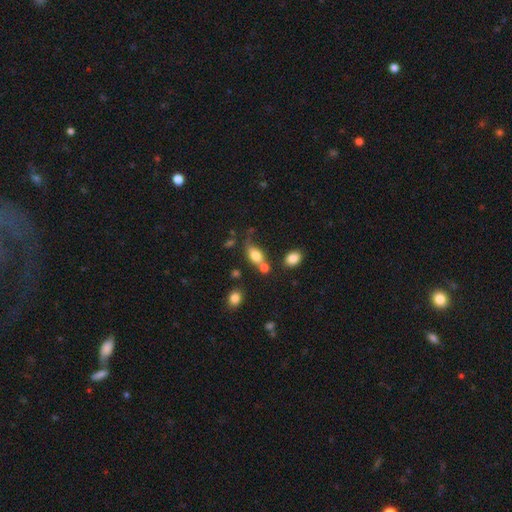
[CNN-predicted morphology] Smooth or featured? Predicted: smooth (p=0.79). How rounded? Predicted: in between (p=0.83). Merging? Predicted: none (p=0.46).